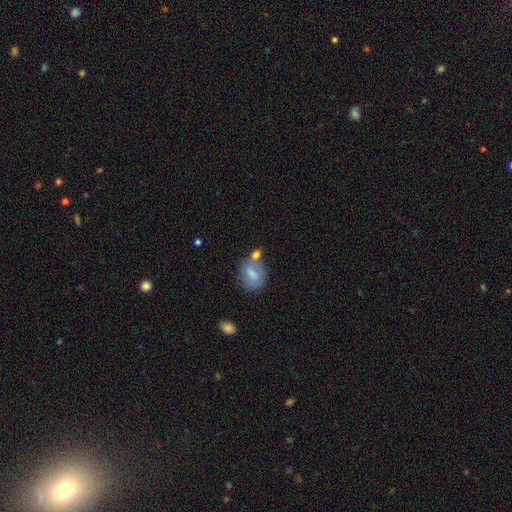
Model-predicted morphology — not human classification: Smooth or featured: smooth — 69% (featured or disk — 21%)
How rounded: in between — 54% (round — 43%)
Merging: none — 44% (merger — 30%)